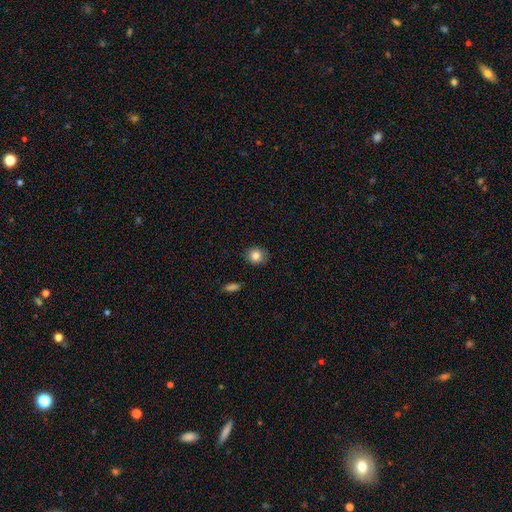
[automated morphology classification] smooth-or-featured: smooth: 84% | star or artifact: 9% | featured or disk: 6%
  how-rounded: round: 77% | in between: 22% | cigar-shaped: 1%
  merging: none: 85% | minor disturbance: 11% | major disturbance: 2% | merger: 1%